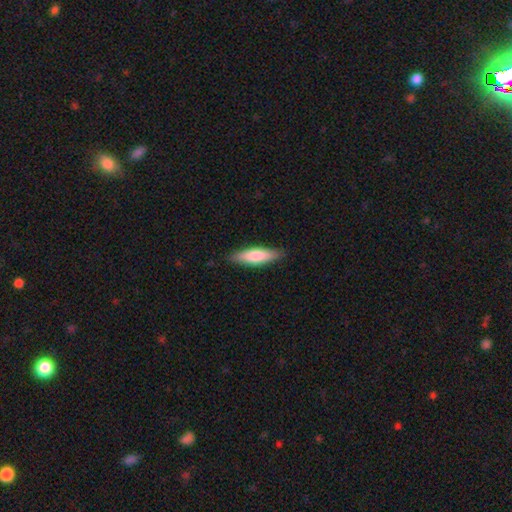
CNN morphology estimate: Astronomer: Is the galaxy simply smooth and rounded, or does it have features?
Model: smooth — 73%.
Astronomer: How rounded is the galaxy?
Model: cigar-shaped — 66%.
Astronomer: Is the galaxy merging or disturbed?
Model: none — 88%.